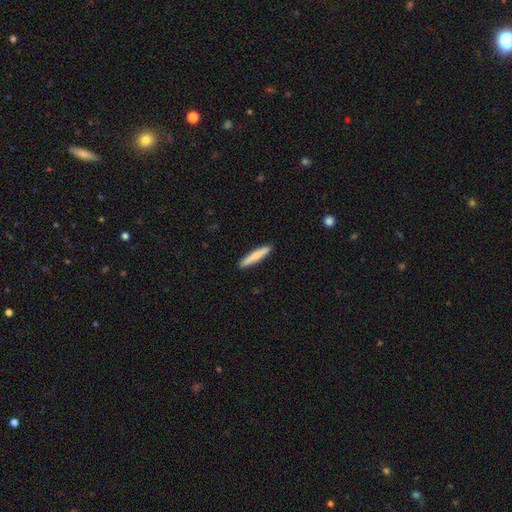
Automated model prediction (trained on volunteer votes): Smooth or featured? Predicted: smooth (p=0.76). How rounded? Predicted: cigar-shaped (p=0.93). Merging? Predicted: none (p=0.91).